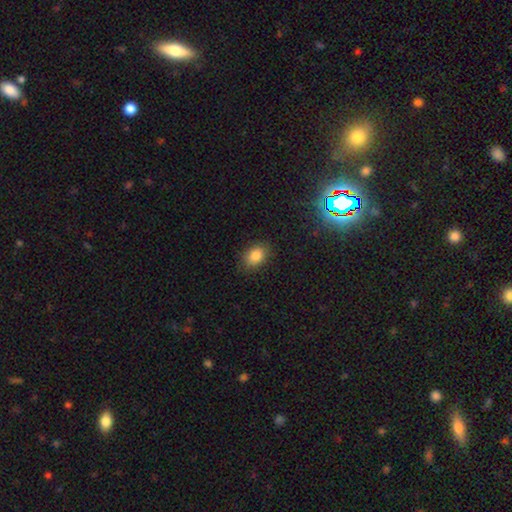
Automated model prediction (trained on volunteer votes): Smooth or featured?
  - smooth: 84% *
  - star or artifact: 10%
  - featured or disk: 6%
How rounded?
  - in between: 75% *
  - round: 24%
  - cigar-shaped: 1%
Merging?
  - none: 86% *
  - minor disturbance: 10%
  - major disturbance: 3%
  - merger: 1%